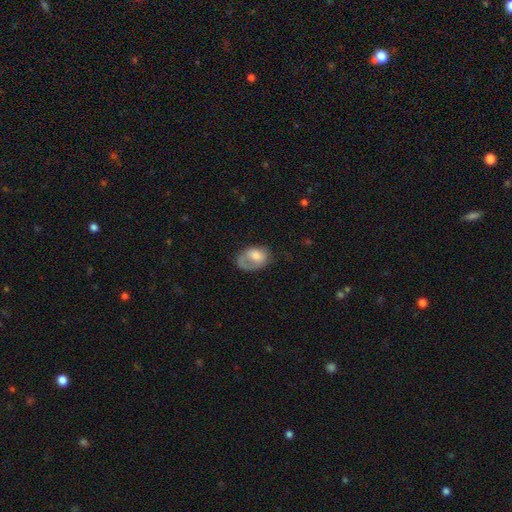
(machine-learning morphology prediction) Smooth or featured?
  - smooth: 58% *
  - featured or disk: 35%
  - star or artifact: 7%
How rounded?
  - in between: 81% *
  - round: 18%
  - cigar-shaped: 1%
Merging?
  - none: 36% *
  - major disturbance: 33%
  - minor disturbance: 28%
  - merger: 3%